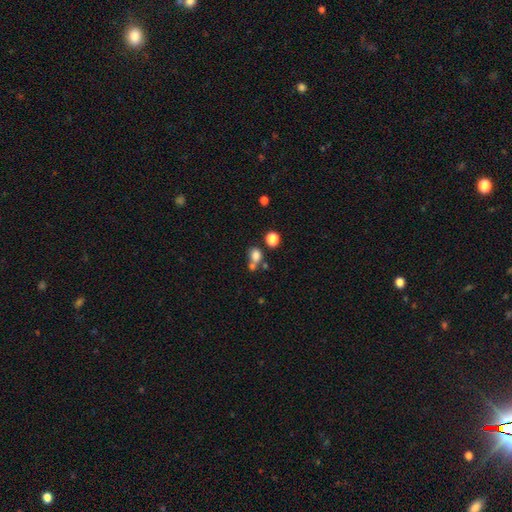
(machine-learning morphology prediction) A smooth galaxy with no disk features (78%) that is round (59%).

Vote fractions:
- Smooth or featured? smooth: 78% / star or artifact: 14% / featured or disk: 8%
- How rounded? round: 59% / in between: 40% / cigar-shaped: 1%
- Merging? none: 47% / merger: 37% / minor disturbance: 10% / major disturbance: 6%